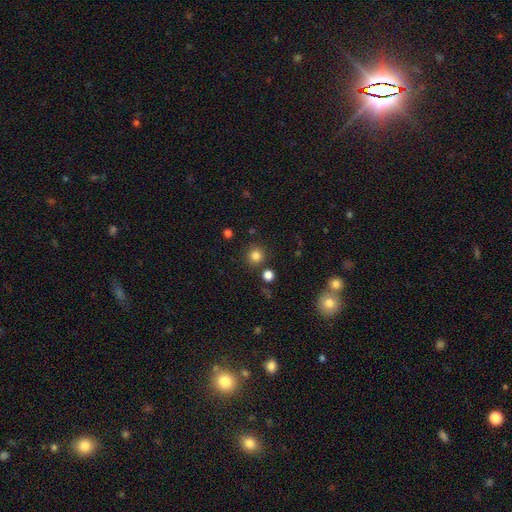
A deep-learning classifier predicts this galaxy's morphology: A smooth galaxy with no disk features (82%) that is round (92%). Merging: none (84%).